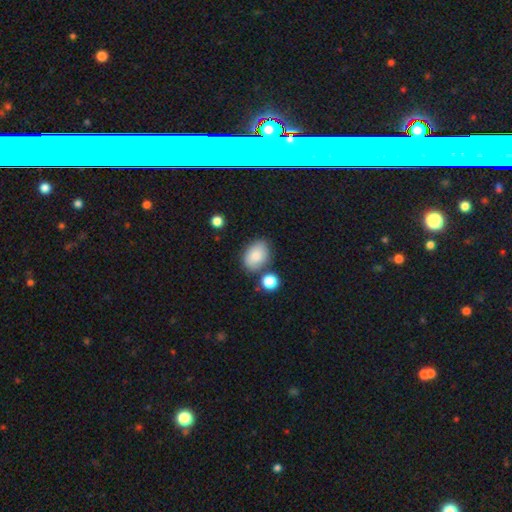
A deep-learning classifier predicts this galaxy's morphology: A smooth galaxy with no disk features (84%) that is in between round and cigar-shaped (81%). Merging: none (71%).